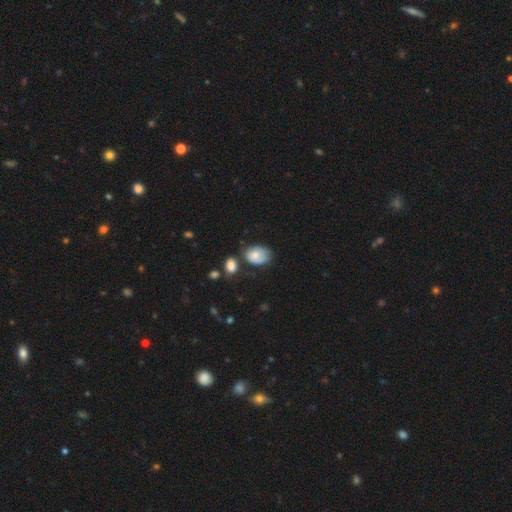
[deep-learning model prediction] Smooth or featured? Predicted: smooth (p=0.72). How rounded? Predicted: in between (p=0.78). Merging? Predicted: none (p=0.47).